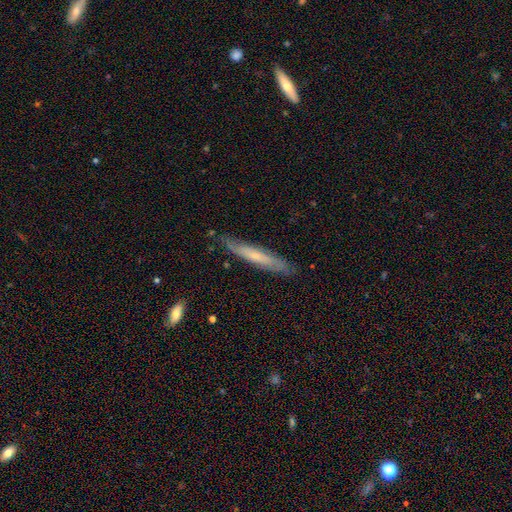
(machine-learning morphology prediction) This appears to be a featured or disk galaxy (51%) viewed edge-on (77%). Merging: none (80%).